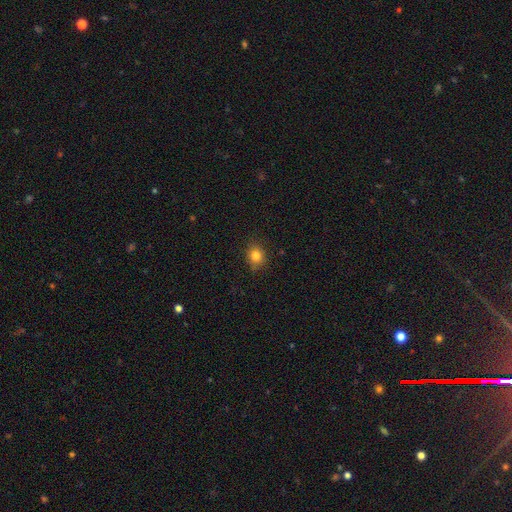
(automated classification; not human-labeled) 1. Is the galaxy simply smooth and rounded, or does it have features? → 82% smooth, 12% star or artifact, 6% featured or disk.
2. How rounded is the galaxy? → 63% round, 36% in between, 1% cigar-shaped.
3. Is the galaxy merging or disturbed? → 85% none, 11% minor disturbance, 2% major disturbance, 1% merger.